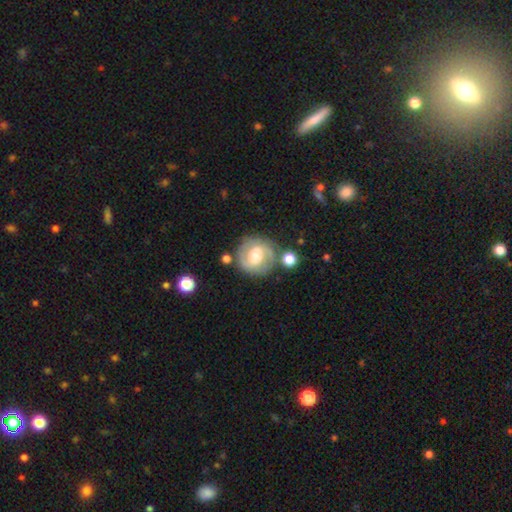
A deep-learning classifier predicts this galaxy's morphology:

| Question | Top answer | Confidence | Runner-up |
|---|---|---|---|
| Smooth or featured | featured or disk | 67% | smooth (26%) |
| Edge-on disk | no | 97% | yes (3%) |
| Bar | weak | 52% | no (26%) |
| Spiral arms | yes | 83% | no (17%) |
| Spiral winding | medium | 43% | tied: tight (43%) |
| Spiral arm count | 2 | 79% | can't tell (12%) |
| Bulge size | moderate | 66% | small (18%) |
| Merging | none | 72% | minor disturbance (14%) |